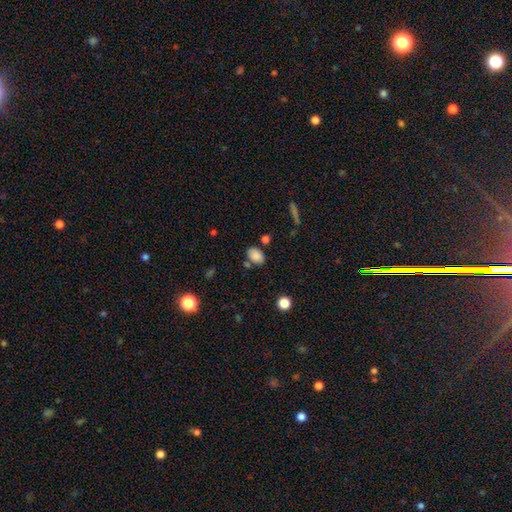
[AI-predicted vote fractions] This appears to be a smooth galaxy with no disk features (84%) that is in between round and cigar-shaped (83%). Merging: none (72%).